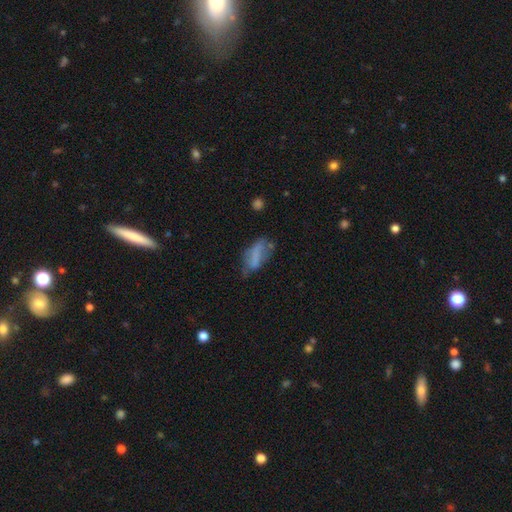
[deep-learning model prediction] The model was most divided on "merging": none: 41%, minor disturbance: 31%, major disturbance: 22%, merger: 6%. More confident: how rounded — in between (74%); smooth or featured — smooth (58%).